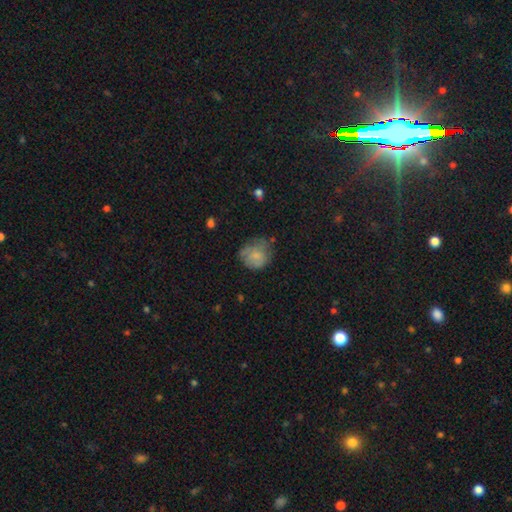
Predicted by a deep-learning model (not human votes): smooth 70%, featured or disk 21%, star or artifact 9%. Down the decision tree: how rounded — round (75%); merging — none (50%).